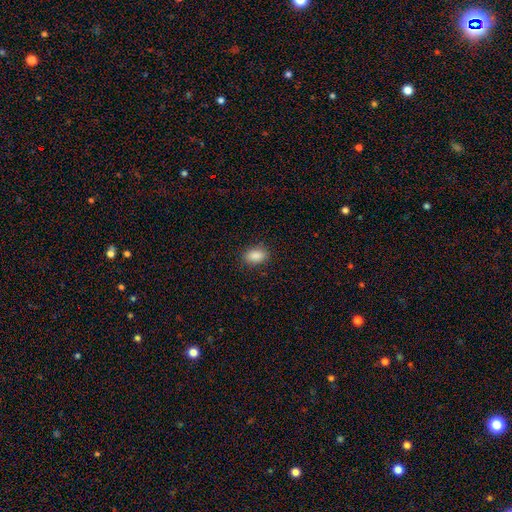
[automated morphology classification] This is clearly a smooth galaxy (89%). How rounded: clearly in between (89%). Merging: clearly none (87%).